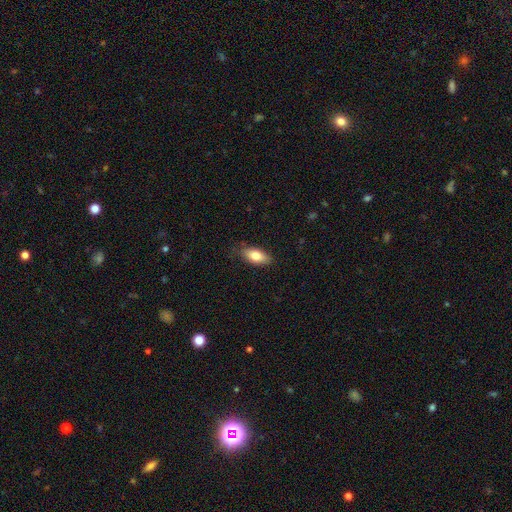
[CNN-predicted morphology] This appears to be a smooth galaxy with no disk features (80%) that is in between round and cigar-shaped (86%). Merging: none (80%).